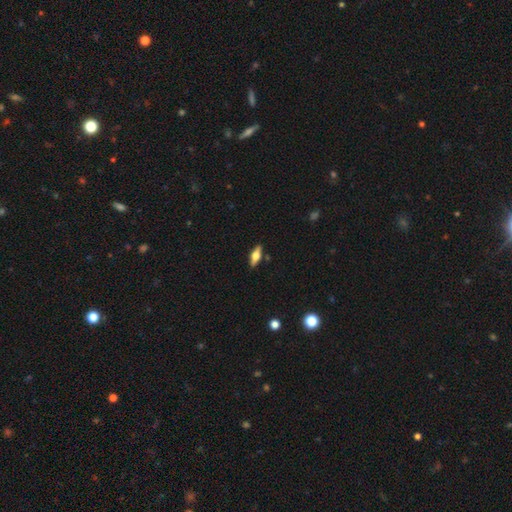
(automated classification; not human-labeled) smooth 47%, featured or disk 46%, star or artifact 7%. Down the decision tree: merging — none (88%).